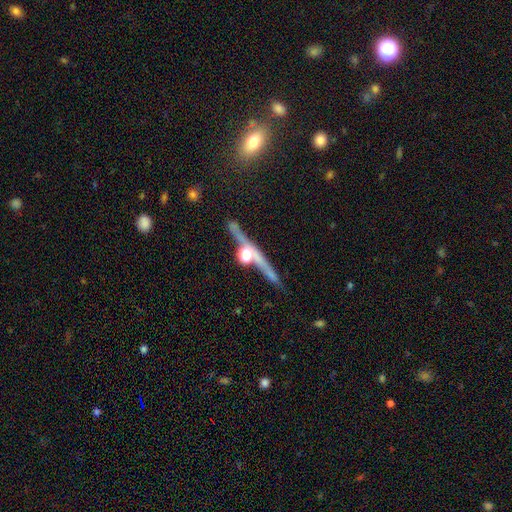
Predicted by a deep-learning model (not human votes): This is clearly a featured or disk galaxy (80%). It is clearly viewed edge-on (96%). Edge-on bulge: clearly rounded (89%). Merging: likely none (79%).